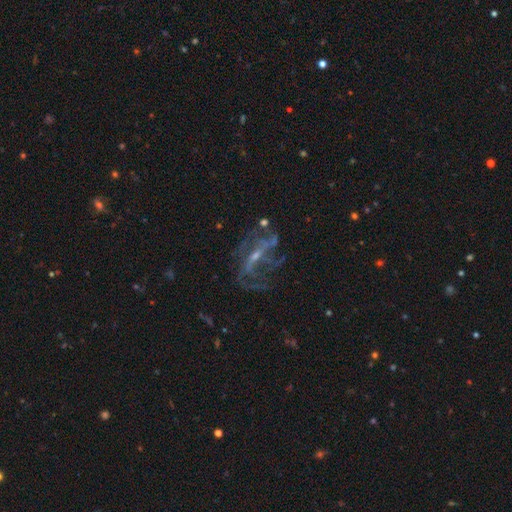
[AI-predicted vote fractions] Smooth or featured? Predicted: featured or disk (p=0.77). Edge-on disk? Predicted: no (p=0.90). Bar? Predicted: weak (p=0.39). Spiral arms? Predicted: yes (p=0.75). Spiral winding? Predicted: loose (p=0.43). Spiral arm count? Predicted: can't tell (p=0.36). Bulge size? Predicted: small (p=0.63). Merging? Predicted: none (p=0.50).